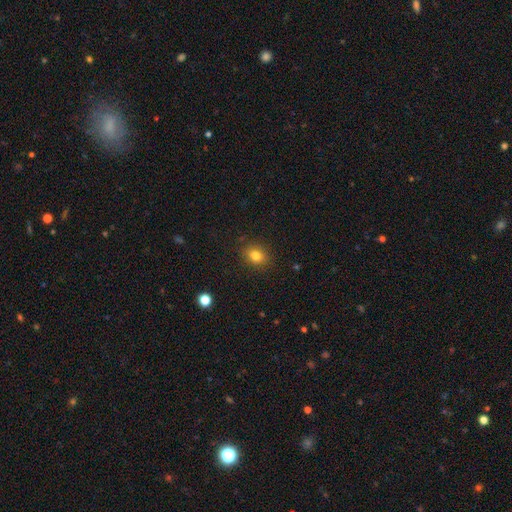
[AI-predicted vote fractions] Smooth or featured? Predicted: smooth (p=0.81). How rounded? Predicted: round (p=0.53). Merging? Predicted: none (p=0.88).